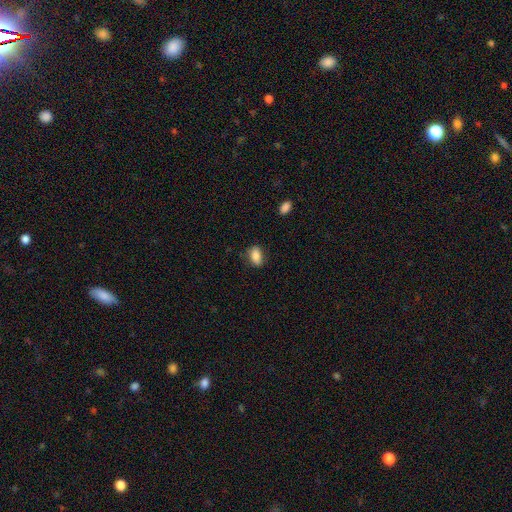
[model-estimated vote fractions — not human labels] Morphology: type=smooth (85%); roundness=in between (88%); merging=none (77%).